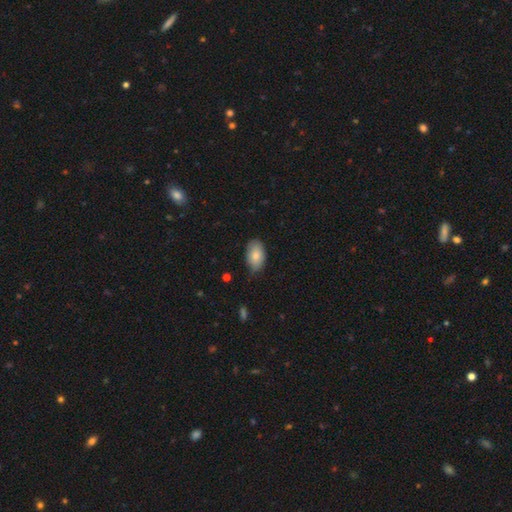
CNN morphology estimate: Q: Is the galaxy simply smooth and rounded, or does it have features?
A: smooth — 82%.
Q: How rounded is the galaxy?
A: in between — 93%.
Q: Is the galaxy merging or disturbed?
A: none — 72%.